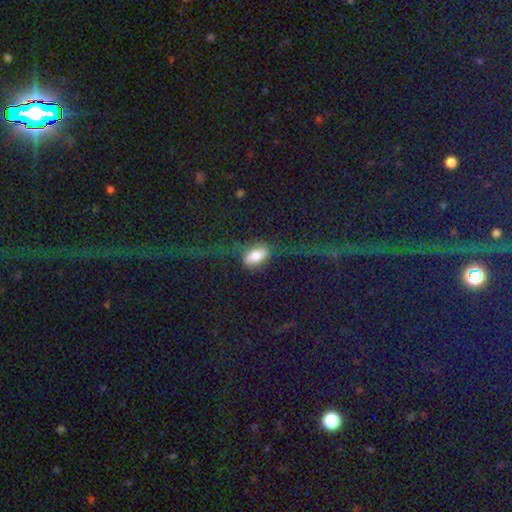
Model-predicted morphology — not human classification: Smooth or featured? Predicted: smooth (p=0.68). How rounded? Predicted: in between (p=0.87). Merging? Predicted: none (p=0.50).